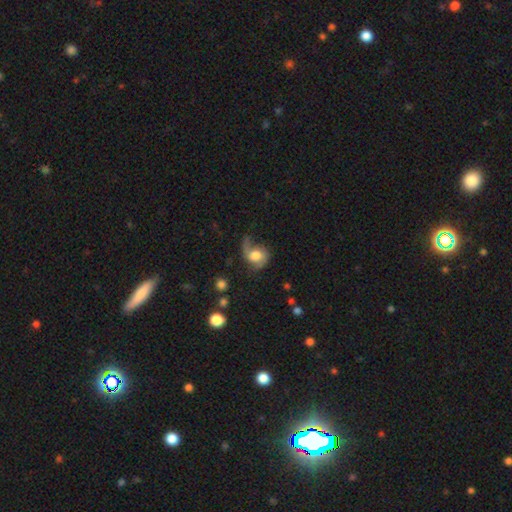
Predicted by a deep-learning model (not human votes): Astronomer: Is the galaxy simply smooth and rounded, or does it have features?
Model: featured or disk — 58% (runner-up: smooth, 34%).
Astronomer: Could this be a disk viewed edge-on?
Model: no — 97%.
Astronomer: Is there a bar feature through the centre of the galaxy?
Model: no — 67%.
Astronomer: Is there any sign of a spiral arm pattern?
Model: yes — 88%.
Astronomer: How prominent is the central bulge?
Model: large — 42% (runner-up: moderate, 41%).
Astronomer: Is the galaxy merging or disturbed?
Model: none — 41% (runner-up: major disturbance, 30%).